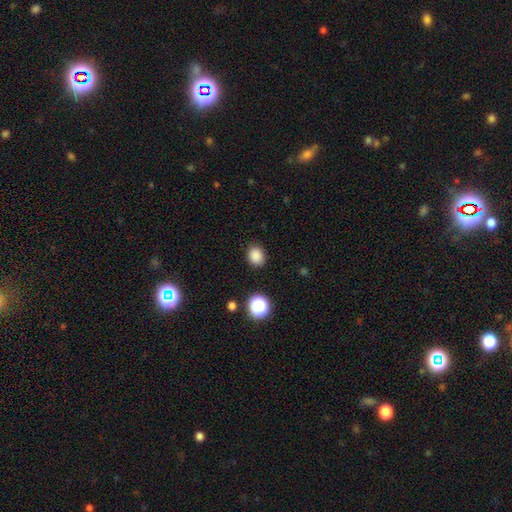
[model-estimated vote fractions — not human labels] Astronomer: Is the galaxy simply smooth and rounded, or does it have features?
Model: smooth — 84%.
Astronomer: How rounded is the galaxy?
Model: round — 61% (runner-up: in between, 38%).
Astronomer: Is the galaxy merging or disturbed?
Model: none — 87%.